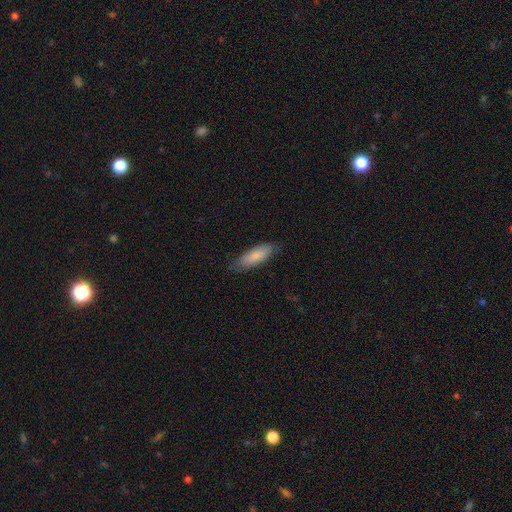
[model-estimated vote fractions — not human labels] Morphology: type=smooth (83%); roundness=in between (60%); merging=none (79%).